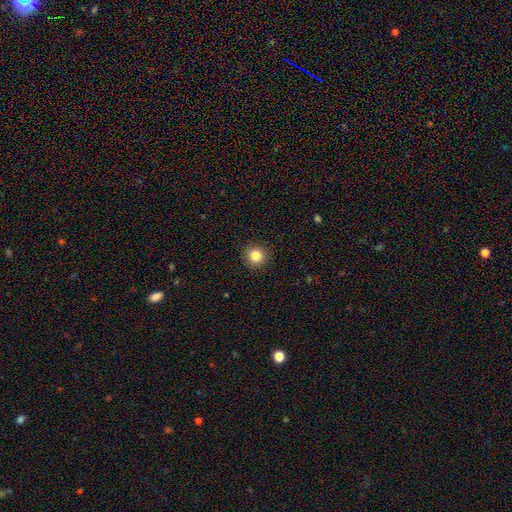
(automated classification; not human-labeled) Overall: smooth (84%). How rounded: round (93%). Merging: none (92%).